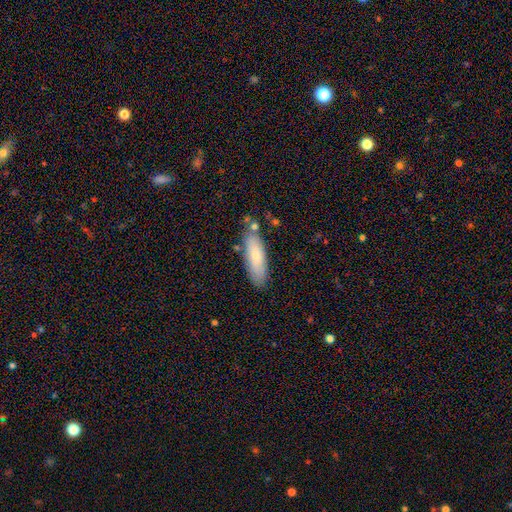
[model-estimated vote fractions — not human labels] Smooth or featured? Predicted: smooth (p=0.74). How rounded? Predicted: in between (p=0.56). Merging? Predicted: none (p=0.78).